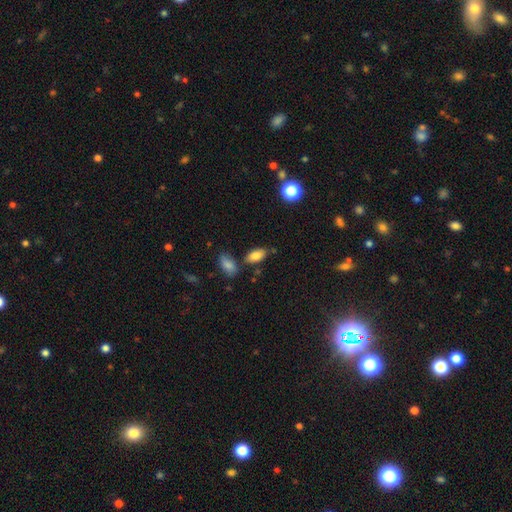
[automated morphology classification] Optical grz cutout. It shows a smooth galaxy with no disk features (83%) that is in between round and cigar-shaped (91%). Merging: none (73%).